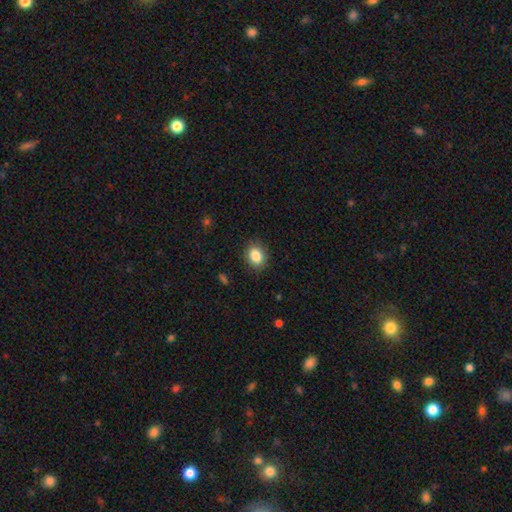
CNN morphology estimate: This appears to be a smooth galaxy with no disk features (86%) that is in between round and cigar-shaped (64%). Merging: none (87%).